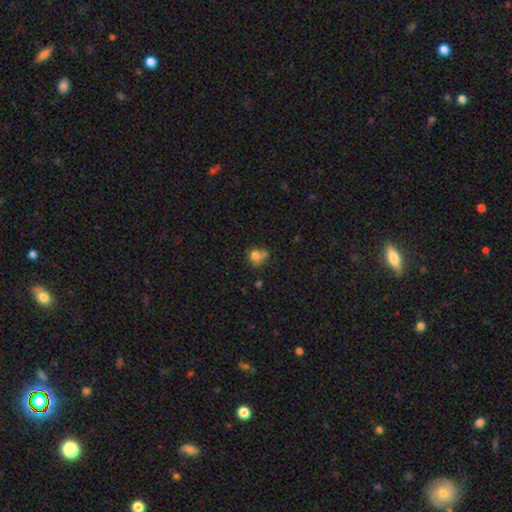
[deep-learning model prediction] Morphology: type=smooth (76%); roundness=round (76%); merging=none (44%).